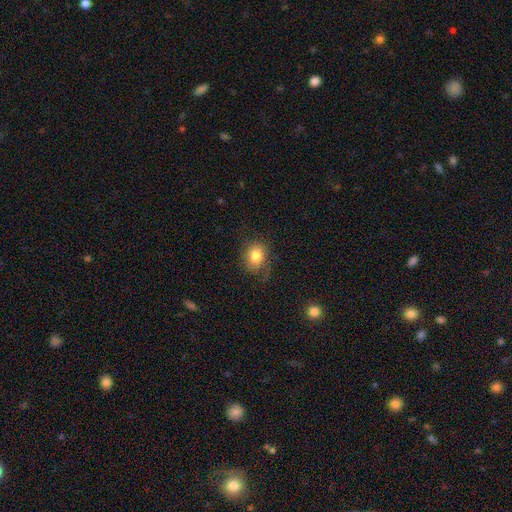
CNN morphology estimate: A smooth galaxy with no disk features (80%) that is round (57%). Merging: none (68%).